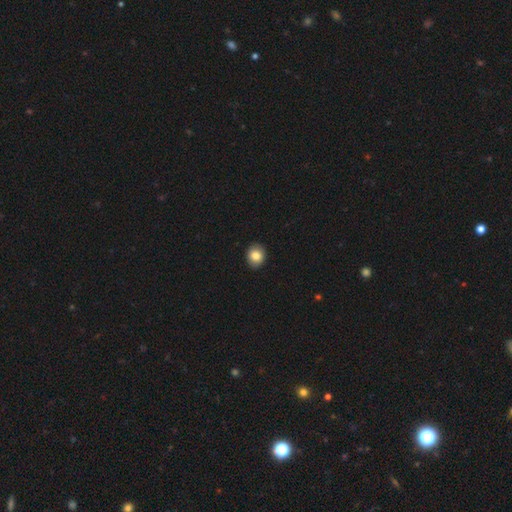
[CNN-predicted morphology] Q: Smooth or featured?
A: smooth (84%); runner-up: star or artifact (9%)
Q: How rounded?
A: round (68%); runner-up: in between (31%)
Q: Merging?
A: none (90%); runner-up: minor disturbance (7%)